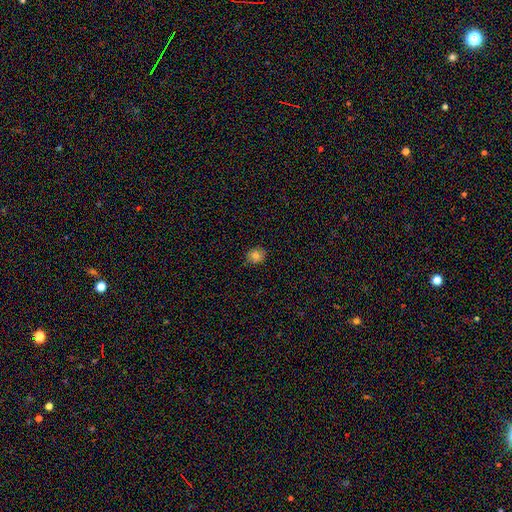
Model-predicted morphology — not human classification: smooth_or_featured: smooth (p=0.81) [alt: star or artifact p=0.12]
how_rounded: round (p=0.73) [alt: in between p=0.26]
merging: none (p=0.85) [alt: minor disturbance p=0.12]